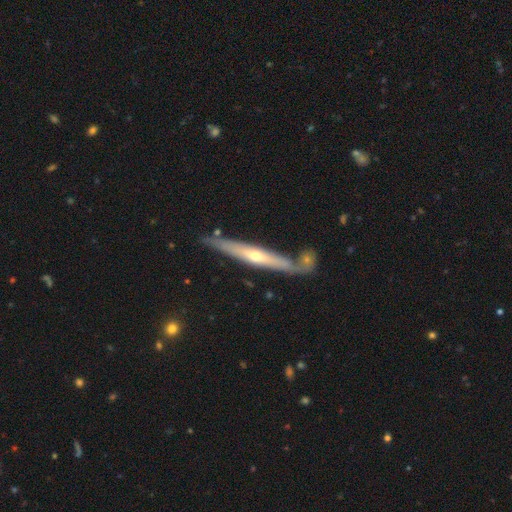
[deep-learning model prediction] featured or disk 67%, smooth 27%, star or artifact 5%. Down the decision tree: edge-on disk — yes (90%); edge-on bulge — rounded (76%); merging — none (73%).